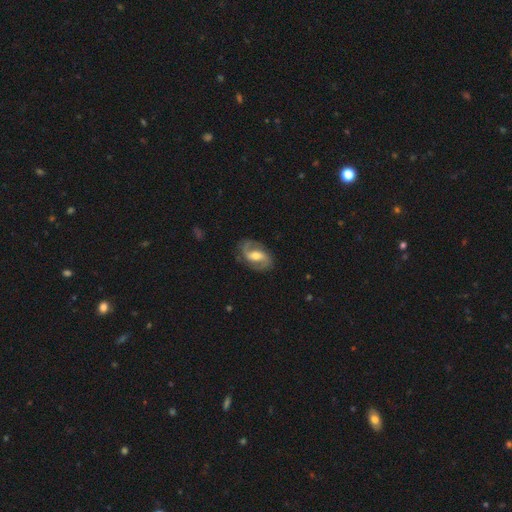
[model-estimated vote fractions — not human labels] Q: Smooth or featured?
A: featured or disk (84%); runner-up: smooth (11%)
Q: Edge-on disk?
A: no (97%); runner-up: yes (3%)
Q: Bar?
A: weak (45%); runner-up: strong (30%)
Q: Spiral arms?
A: yes (94%); runner-up: no (6%)
Q: Spiral winding?
A: medium (51%); runner-up: loose (27%)
Q: Spiral arm count?
A: 2 (90%); runner-up: can't tell (3%)
Q: Bulge size?
A: moderate (67%); runner-up: small (20%)
Q: Merging?
A: none (80%); runner-up: minor disturbance (13%)